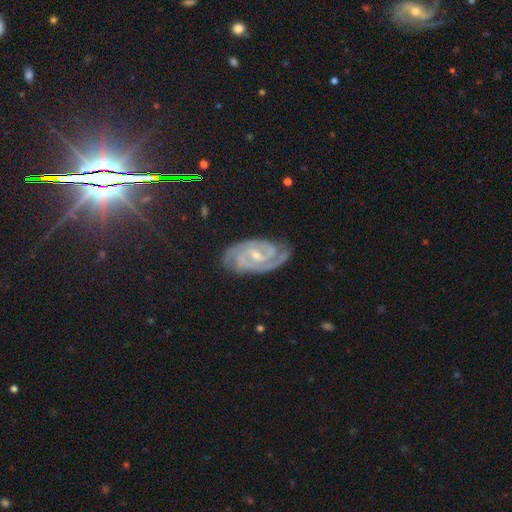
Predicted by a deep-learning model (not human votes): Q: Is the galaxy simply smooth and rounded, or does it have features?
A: featured or disk — 87%.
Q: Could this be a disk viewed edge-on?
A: no — 97%.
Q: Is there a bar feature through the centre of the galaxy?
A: weak — 47%.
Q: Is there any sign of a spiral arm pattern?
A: yes — 98%.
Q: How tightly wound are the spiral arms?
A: tight — 69%.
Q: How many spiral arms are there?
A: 2 — 62%.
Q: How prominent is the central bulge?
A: small — 64%.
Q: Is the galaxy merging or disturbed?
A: none — 78%.